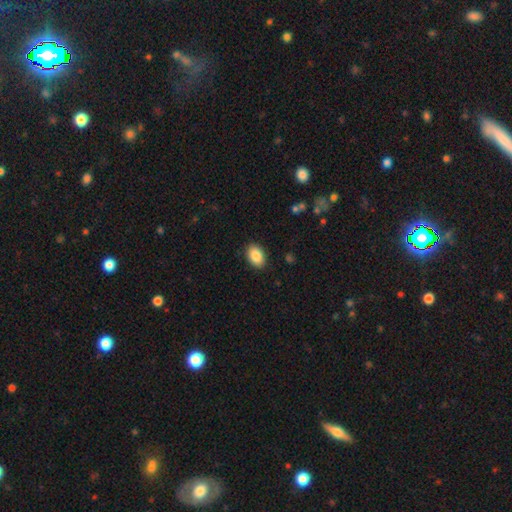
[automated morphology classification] A smooth galaxy with no disk features (88%) that is in between round and cigar-shaped (89%). Merging: none (89%).